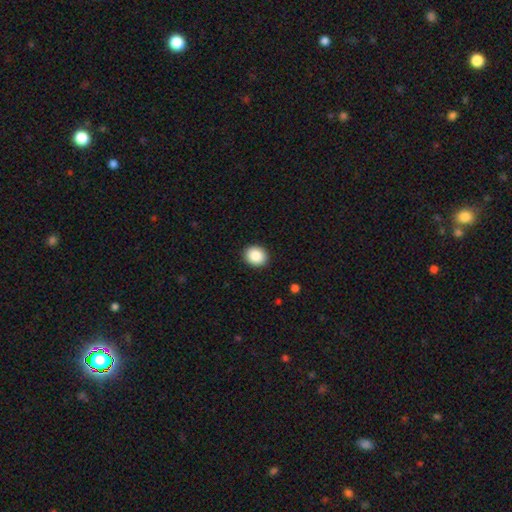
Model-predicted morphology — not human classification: Smooth or featured: smooth — 87% (star or artifact — 8%)
How rounded: round — 71% (in between — 28%)
Merging: none — 92% (minor disturbance — 6%)